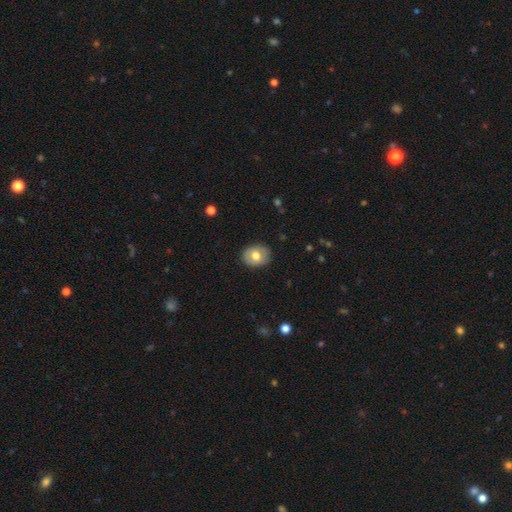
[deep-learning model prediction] Morphology: type=smooth (71%); roundness=round (51%); merging=none (86%).